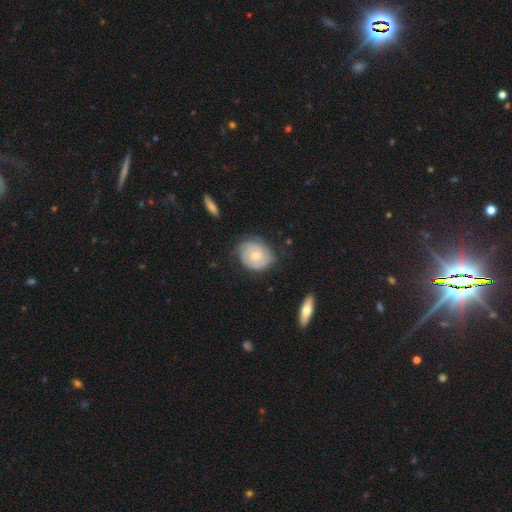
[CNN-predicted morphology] This is possibly a featured or disk galaxy (52%). It is clearly not viewed edge-on (96%). Bar: likely no (79%). Spiral arm pattern: likely yes (75%). Central bulge: possibly moderate (60%). Merging: likely none (67%).